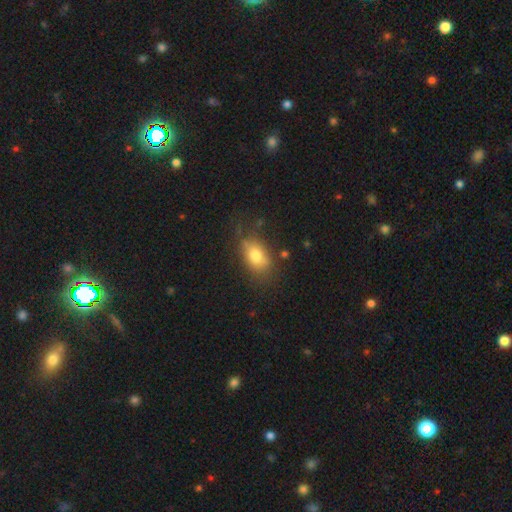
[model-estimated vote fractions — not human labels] This is likely a smooth galaxy (76%). How rounded: clearly in between (84%). Merging: likely none (63%).